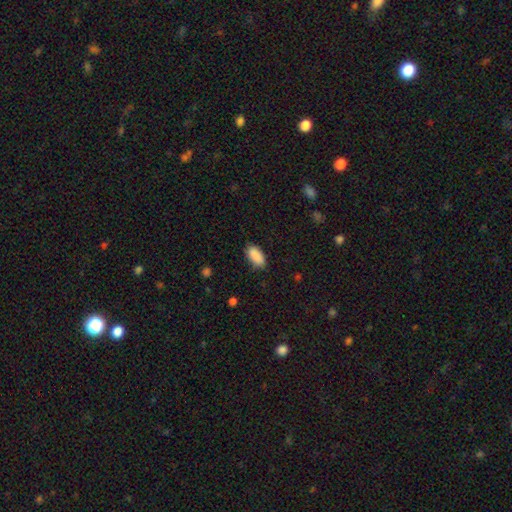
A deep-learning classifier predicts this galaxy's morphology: type=smooth (90%); roundness=in between (92%); merging=none (83%).